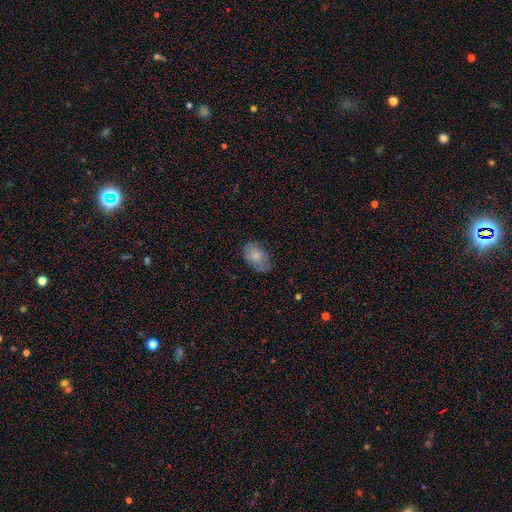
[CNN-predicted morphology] A smooth galaxy with no disk features (77%) that is in between round and cigar-shaped (90%). Merging: none (65%).